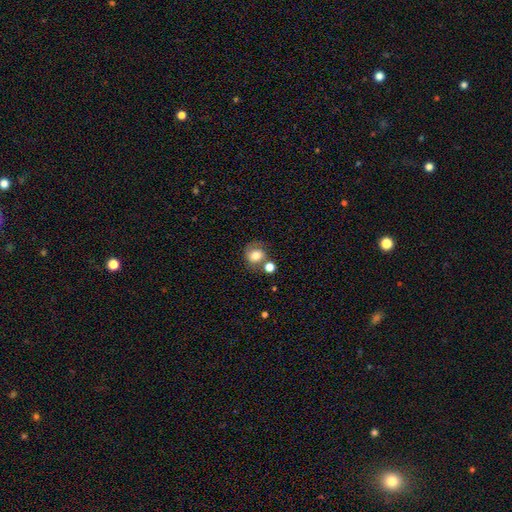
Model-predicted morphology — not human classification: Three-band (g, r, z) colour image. It shows a smooth galaxy with no disk features (72%) that is round (73%). Merging: none (53%).